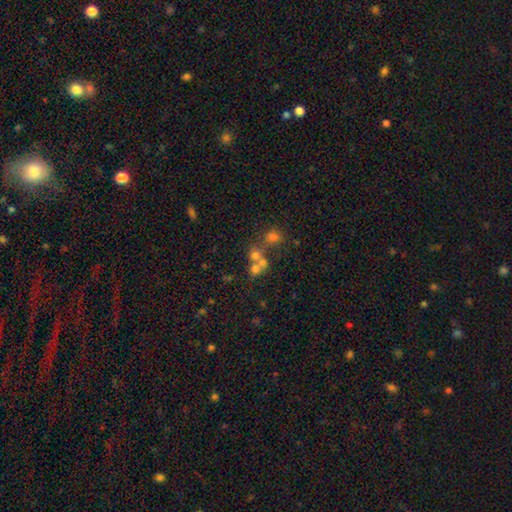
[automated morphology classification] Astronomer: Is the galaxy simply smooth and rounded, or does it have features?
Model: smooth — 55%.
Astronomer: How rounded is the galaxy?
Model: round — 78%.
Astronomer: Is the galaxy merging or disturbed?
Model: merger — 49% (runner-up: none, 39%).